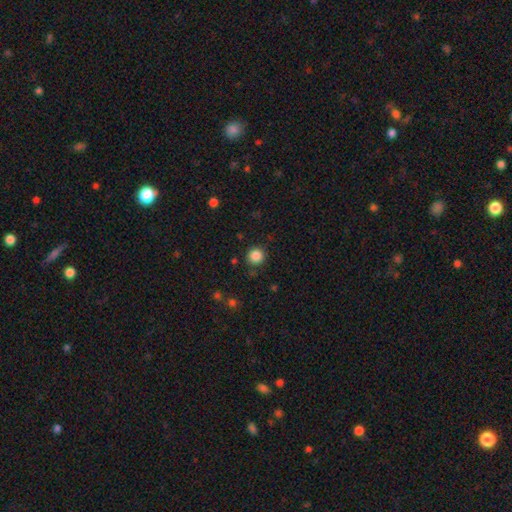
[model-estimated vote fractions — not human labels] smooth_or_featured: smooth (p=0.86) [alt: star or artifact p=0.11]
how_rounded: round (p=0.94) [alt: in between p=0.05]
merging: none (p=0.88) [alt: minor disturbance p=0.08]